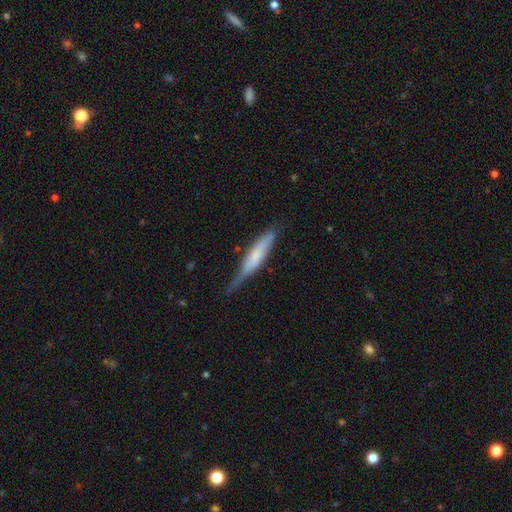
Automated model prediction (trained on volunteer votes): Smooth or featured? smooth (52%)
How rounded? cigar-shaped (86%)
Merging? none (52%)